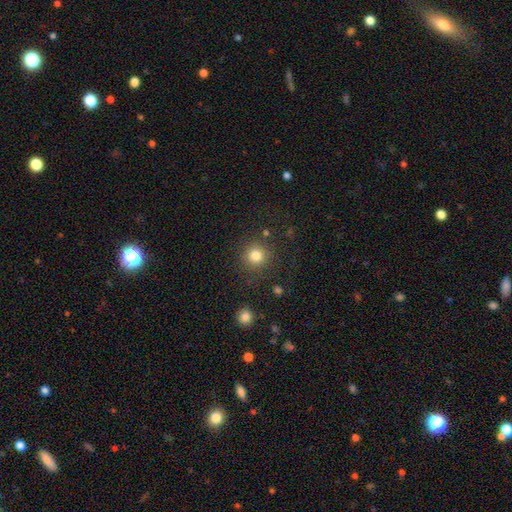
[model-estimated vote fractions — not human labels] The model was most divided on "smooth or featured": smooth: 82%, star or artifact: 12%, featured or disk: 6%. More confident: how rounded — round (92%); merging — none (84%).